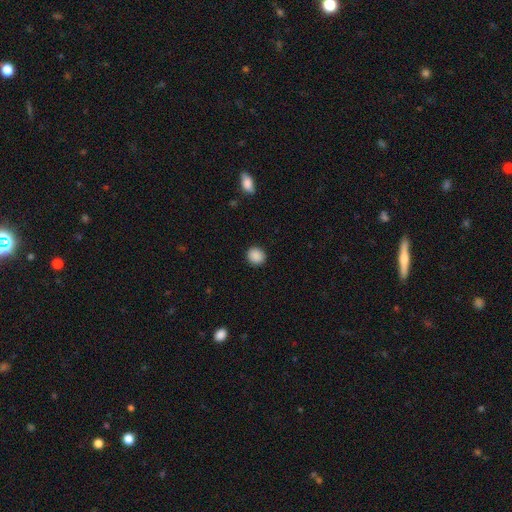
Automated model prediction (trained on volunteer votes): Smooth or featured?
  - smooth: 89% *
  - star or artifact: 9%
  - featured or disk: 3%
How rounded?
  - round: 86% *
  - in between: 13%
  - cigar-shaped: 1%
Merging?
  - none: 91% *
  - minor disturbance: 6%
  - major disturbance: 2%
  - merger: 1%